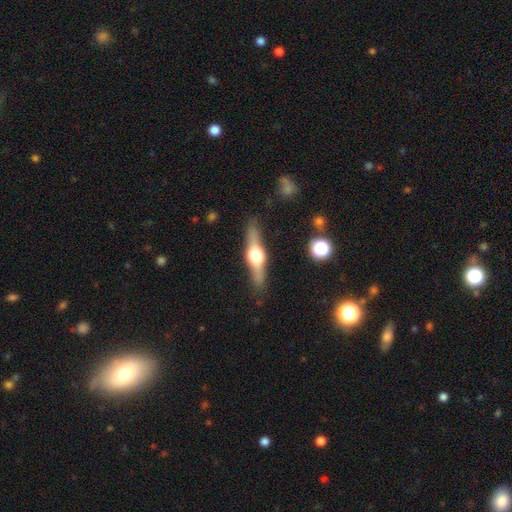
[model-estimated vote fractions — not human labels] smooth-or-featured: featured or disk: 73% | smooth: 21% | star or artifact: 6%
  disk-edge-on: yes: 96% | no: 4%
    edge-on-bulge: rounded: 94% | boxy: 5% | none: 1%
  merging: none: 85% | minor disturbance: 10% | major disturbance: 3% | merger: 2%